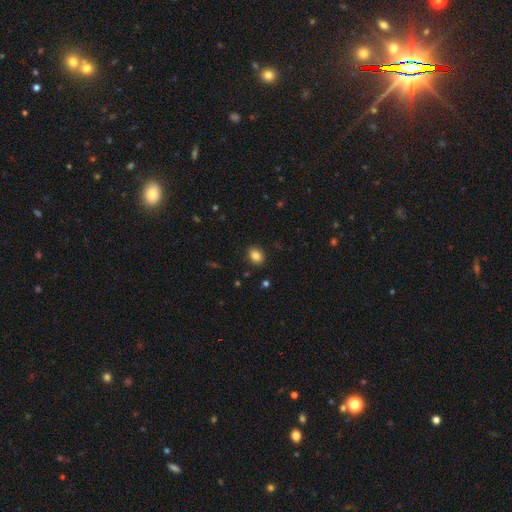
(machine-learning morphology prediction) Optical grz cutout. It shows a smooth galaxy with no disk features (85%) that is in between round and cigar-shaped (52%). Merging: none (90%).